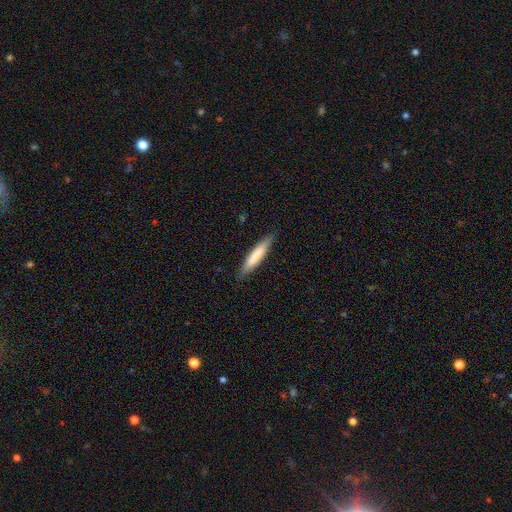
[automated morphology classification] smooth-or-featured: smooth: 73% | featured or disk: 21% | star or artifact: 6%
  how-rounded: cigar-shaped: 90% | in between: 9% | round: 1%
  merging: none: 88% | minor disturbance: 10% | major disturbance: 2% | merger: 1%